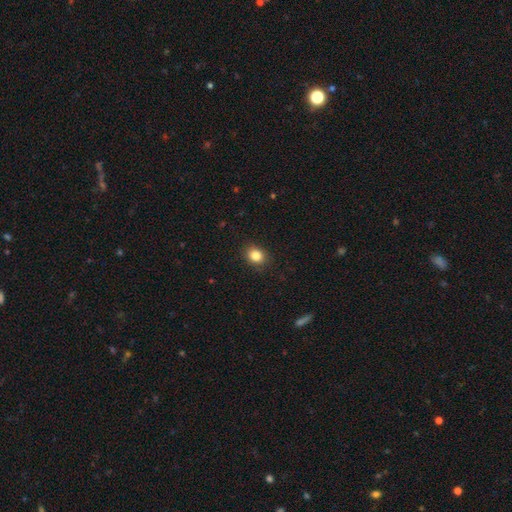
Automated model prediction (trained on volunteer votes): Q: Smooth or featured?
A: smooth (84%); runner-up: star or artifact (11%)
Q: How rounded?
A: round (62%); runner-up: in between (37%)
Q: Merging?
A: none (88%); runner-up: minor disturbance (9%)